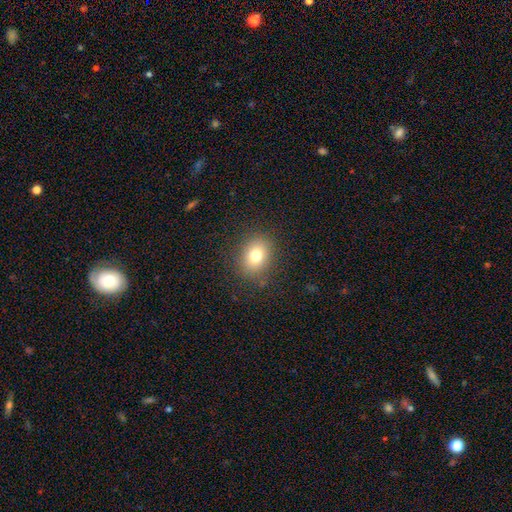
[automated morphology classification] Smooth or featured?
  - smooth: 76% *
  - star or artifact: 13%
  - featured or disk: 11%
How rounded?
  - round: 52% *
  - in between: 47%
  - cigar-shaped: 1%
Merging?
  - none: 86% *
  - minor disturbance: 9%
  - major disturbance: 4%
  - merger: 1%